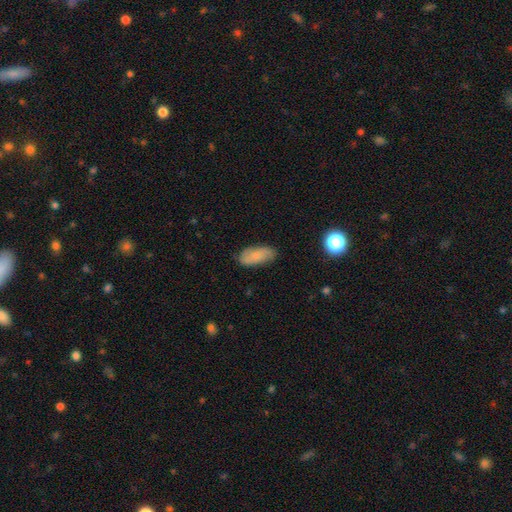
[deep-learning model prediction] This appears to be a smooth galaxy with no disk features (76%) that is in between round and cigar-shaped (84%). Merging: none (80%).